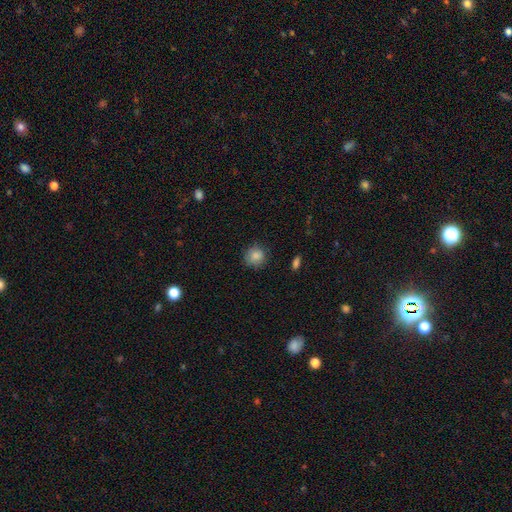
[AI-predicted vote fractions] This is clearly a smooth galaxy (85%). How rounded: clearly round (90%). Merging: clearly none (83%).